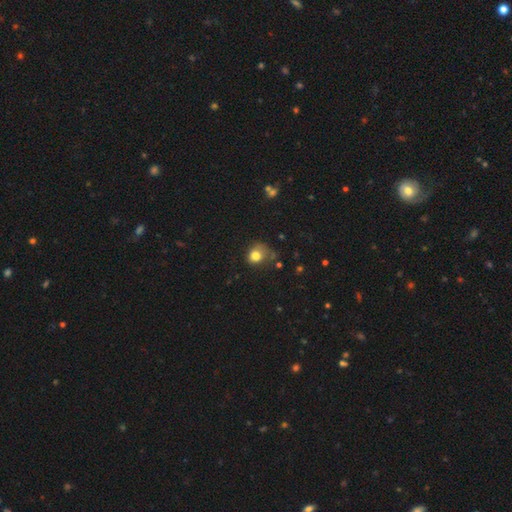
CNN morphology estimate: Smooth or featured? Predicted: smooth (p=0.79). How rounded? Predicted: round (p=0.66). Merging? Predicted: none (p=0.43).